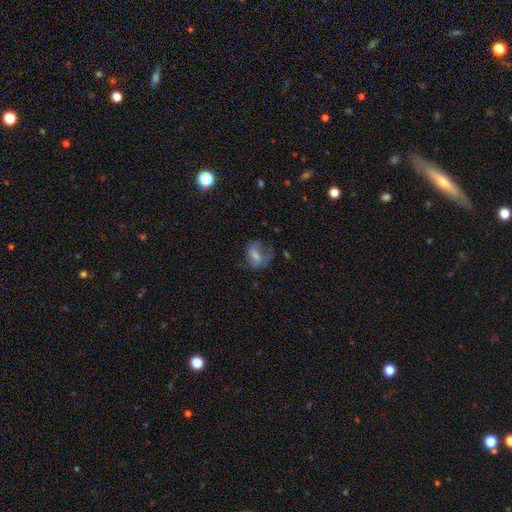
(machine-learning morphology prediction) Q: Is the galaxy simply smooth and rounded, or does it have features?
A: smooth — 60%.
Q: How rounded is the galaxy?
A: in between — 66%.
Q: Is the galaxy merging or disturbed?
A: none — 37%.